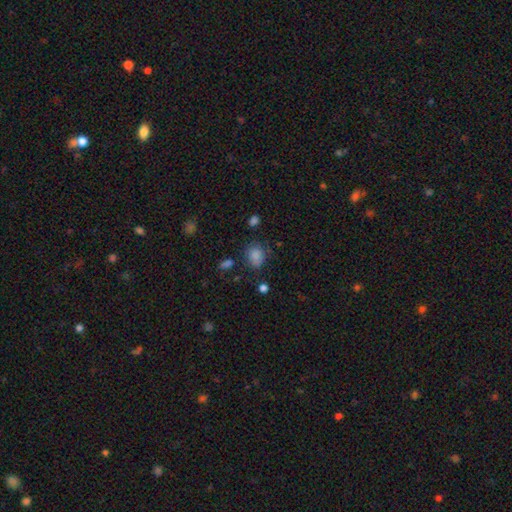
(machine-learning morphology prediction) smooth_or_featured: smooth (p=0.81) [alt: star or artifact p=0.12]
how_rounded: round (p=0.57) [alt: in between p=0.42]
merging: none (p=0.64) [alt: minor disturbance p=0.23]